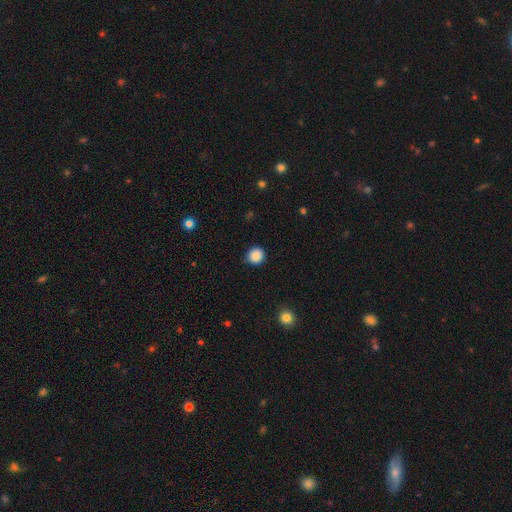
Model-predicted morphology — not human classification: smooth 88%, star or artifact 9%, featured or disk 2%. Down the decision tree: how rounded — round (92%); merging — none (90%).